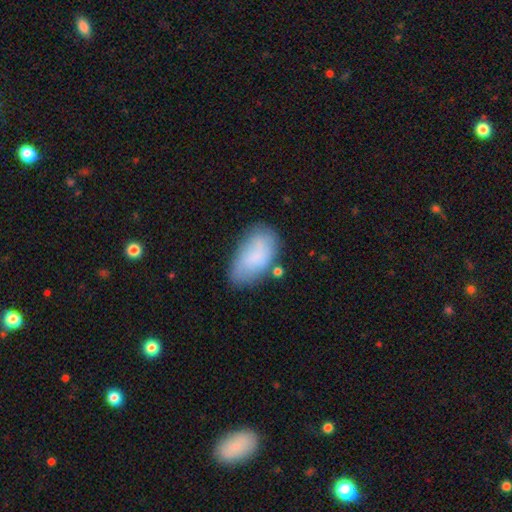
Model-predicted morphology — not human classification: type=smooth (76%); roundness=in between (94%); merging=none (58%).